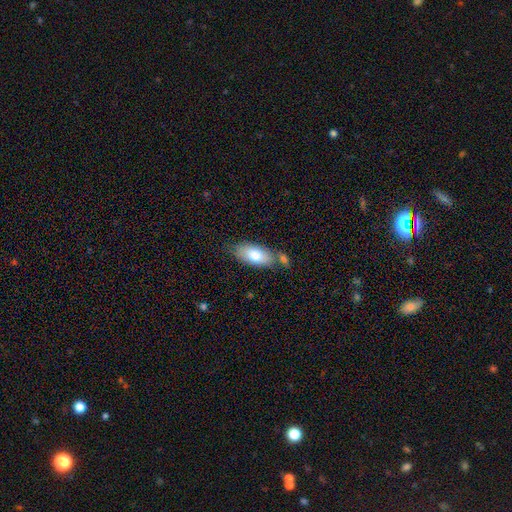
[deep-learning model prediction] Smooth or featured: smooth — 78% (featured or disk — 16%)
How rounded: in between — 91% (cigar-shaped — 7%)
Merging: none — 64% (minor disturbance — 17%)